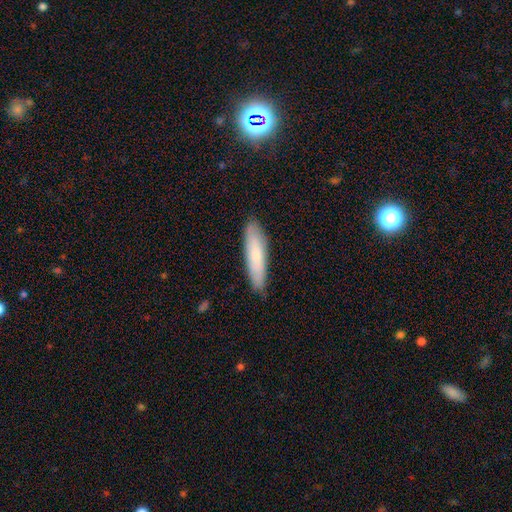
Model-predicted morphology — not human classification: This appears to be a smooth galaxy with no disk features (72%) that is cigar-shaped (75%). Merging: none (85%).